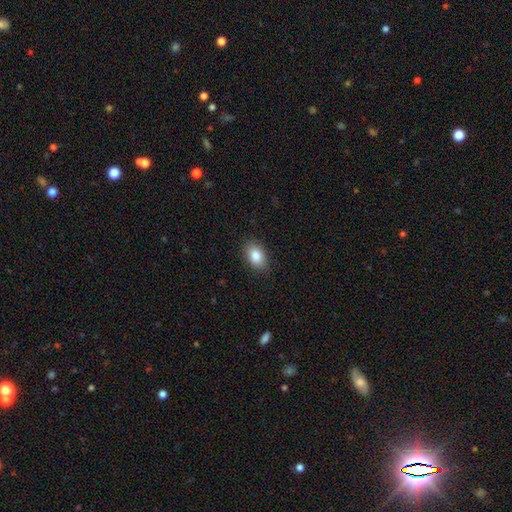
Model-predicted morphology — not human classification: smooth 85%, star or artifact 8%, featured or disk 7%. Down the decision tree: how rounded — in between (84%); merging — none (87%).